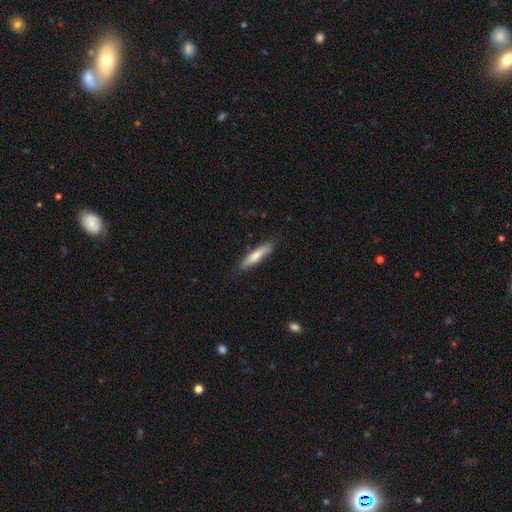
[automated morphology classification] Q: Smooth or featured?
A: smooth (74%); runner-up: featured or disk (21%)
Q: How rounded?
A: cigar-shaped (83%); runner-up: in between (16%)
Q: Merging?
A: none (81%); runner-up: minor disturbance (15%)